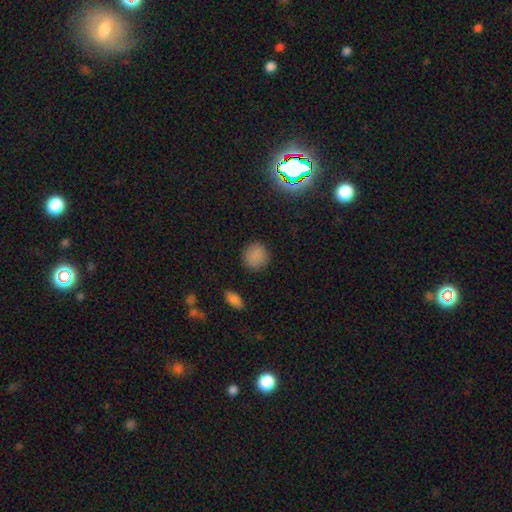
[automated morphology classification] This is clearly a smooth galaxy (86%). How rounded: clearly round (88%). Merging: clearly none (89%).